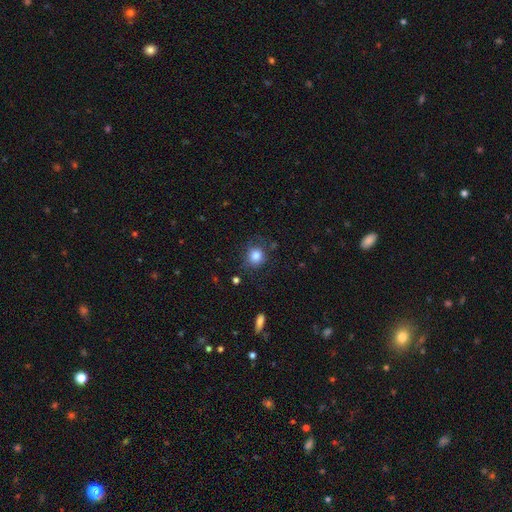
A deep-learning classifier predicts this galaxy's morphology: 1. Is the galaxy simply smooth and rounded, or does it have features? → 83% smooth, 10% star or artifact, 6% featured or disk.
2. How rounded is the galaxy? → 84% round, 15% in between, 1% cigar-shaped.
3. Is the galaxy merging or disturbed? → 74% none, 17% minor disturbance, 6% major disturbance, 2% merger.